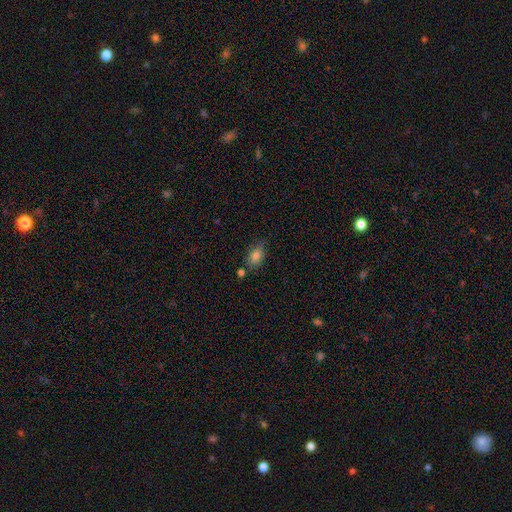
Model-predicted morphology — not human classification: A smooth galaxy with no disk features (81%) that is in between round and cigar-shaped (87%). Merging: none (70%).